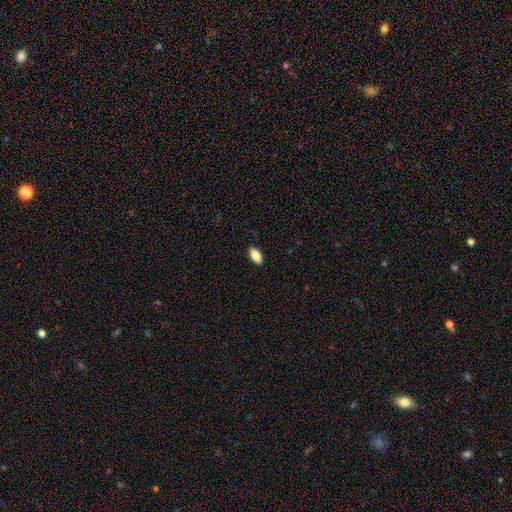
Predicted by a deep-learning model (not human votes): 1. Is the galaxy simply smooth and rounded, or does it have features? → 82% smooth, 11% featured or disk, 7% star or artifact.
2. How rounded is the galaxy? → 90% in between, 8% cigar-shaped, 3% round.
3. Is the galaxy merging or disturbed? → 90% none, 8% minor disturbance, 2% major disturbance, 1% merger.